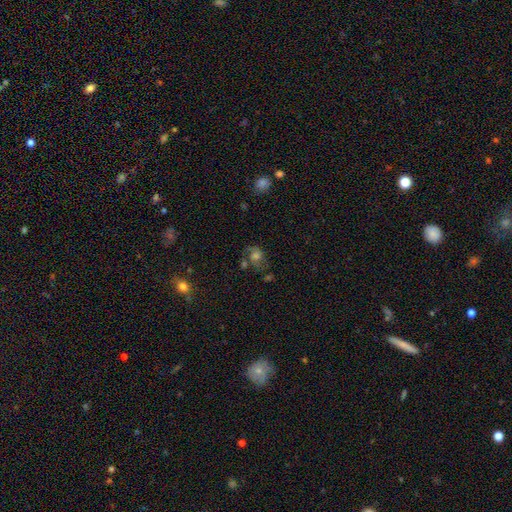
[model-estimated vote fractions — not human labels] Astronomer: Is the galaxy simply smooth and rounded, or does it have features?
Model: featured or disk — 46% (runner-up: smooth, 34%).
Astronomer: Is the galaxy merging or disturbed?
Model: none — 58%.